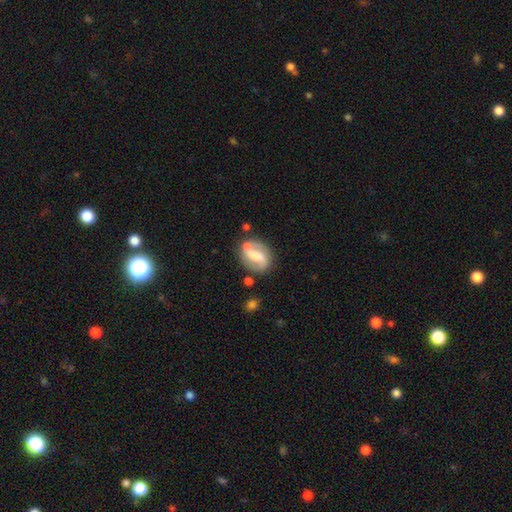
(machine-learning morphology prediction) Smooth or featured?
  - featured or disk: 73% *
  - smooth: 20%
  - star or artifact: 6%
Edge-on disk?
  - no: 97% *
  - yes: 3%
Bar?
  - strong: 45% *
  - weak: 36%
  - no: 19%
Spiral arms?
  - yes: 88% *
  - no: 12%
Spiral winding?
  - loose: 47% *
  - medium: 39%
  - tight: 15%
Spiral arm count?
  - 2: 89% *
  - can't tell: 5%
  - 1: 4%
  - 3: 1%
  - 4: 1%
  - more than 4: 1%
Bulge size?
  - moderate: 39% *
  - small: 27%
  - none: 18%
  - large: 14%
  - dominant: 3%
Merging?
  - none: 71% *
  - minor disturbance: 16%
  - merger: 7%
  - major disturbance: 6%